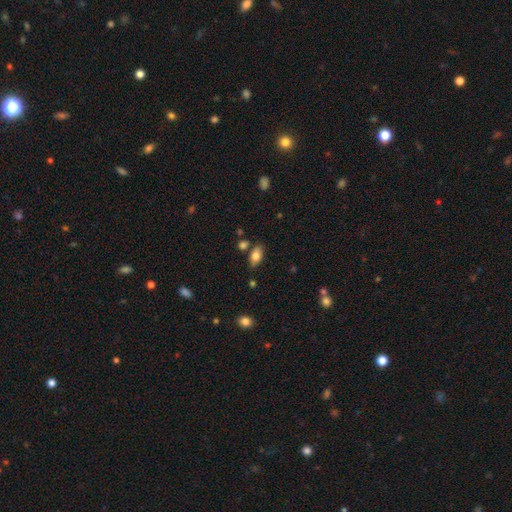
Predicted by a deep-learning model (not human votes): Q: Smooth or featured?
A: smooth (81%); runner-up: featured or disk (11%)
Q: How rounded?
A: in between (91%); runner-up: round (5%)
Q: Merging?
A: none (76%); runner-up: minor disturbance (14%)